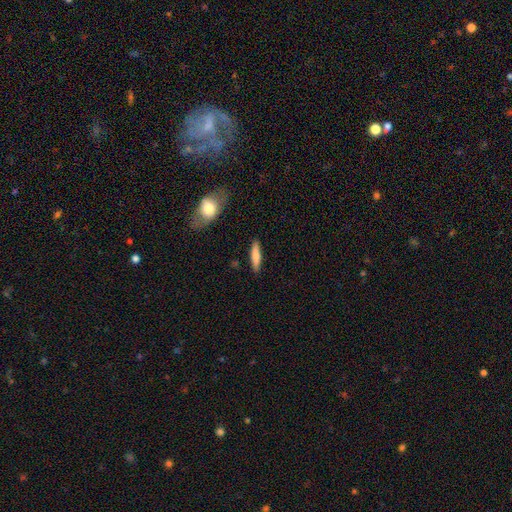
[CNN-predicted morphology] Smooth or featured: smooth — 74% (featured or disk — 20%)
How rounded: cigar-shaped — 78% (in between — 20%)
Merging: none — 88% (minor disturbance — 9%)